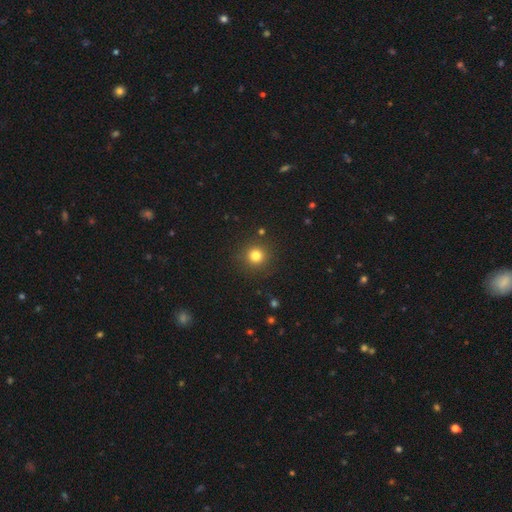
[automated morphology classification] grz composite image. It shows a smooth galaxy with no disk features (80%) that is round (94%). Merging: none (89%).